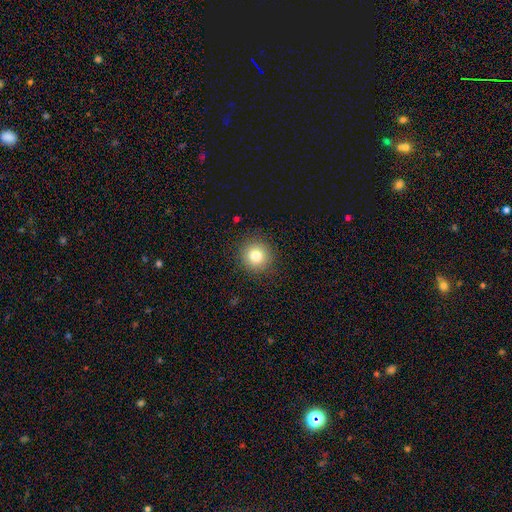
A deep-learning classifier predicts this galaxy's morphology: A smooth galaxy with no disk features (80%) that is round (94%).

Vote fractions:
- Smooth or featured? smooth: 80% / star or artifact: 11% / featured or disk: 8%
- How rounded? round: 94% / in between: 5% / cigar-shaped: 1%
- Merging? none: 90% / minor disturbance: 7% / major disturbance: 2% / merger: 1%